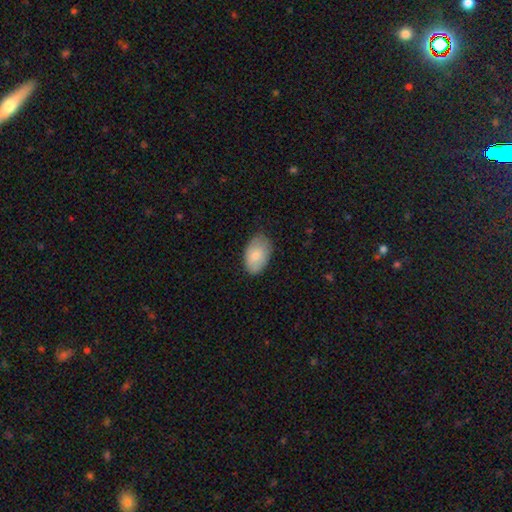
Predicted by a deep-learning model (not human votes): Smooth or featured: smooth — 79% (featured or disk — 15%)
How rounded: in between — 92% (round — 6%)
Merging: none — 75% (minor disturbance — 21%)